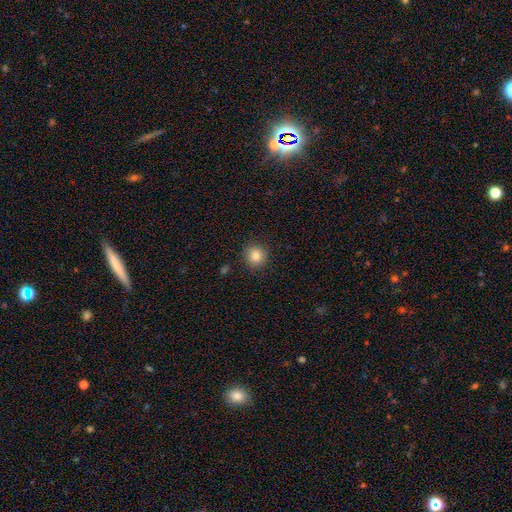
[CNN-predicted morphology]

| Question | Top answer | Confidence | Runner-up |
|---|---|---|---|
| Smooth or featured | smooth | 84% | star or artifact (10%) |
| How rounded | round | 92% | in between (7%) |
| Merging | none | 90% | minor disturbance (7%) |